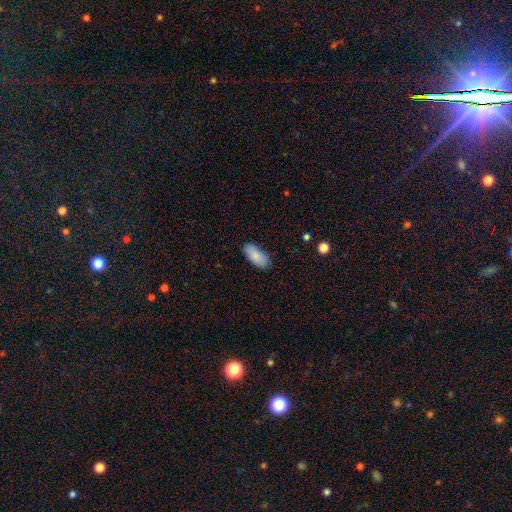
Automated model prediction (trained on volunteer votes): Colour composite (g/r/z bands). It shows a smooth galaxy with no disk features (85%) that is in between round and cigar-shaped (89%). Merging: none (82%).